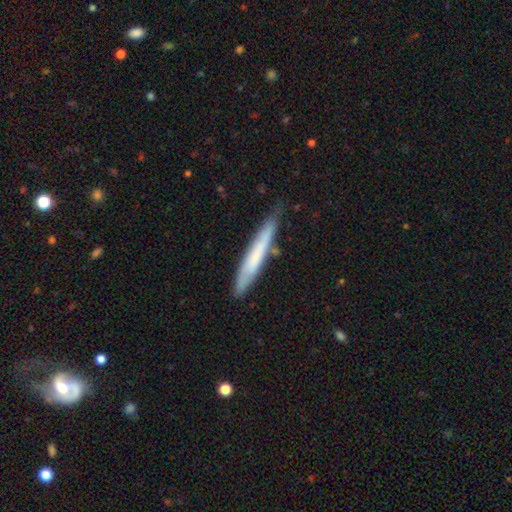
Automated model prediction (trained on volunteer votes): A smooth galaxy with no disk features (61%) that is cigar-shaped (95%). Merging: none (79%).